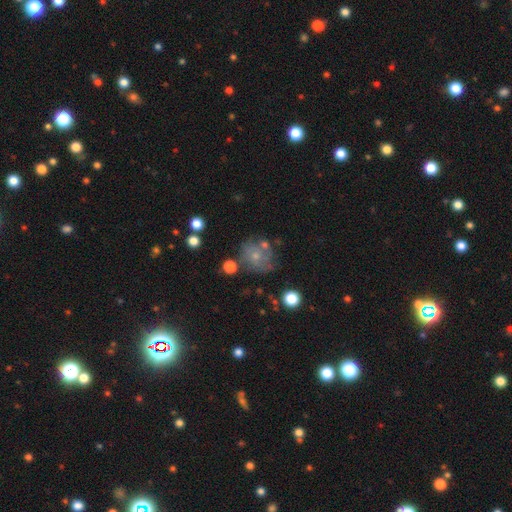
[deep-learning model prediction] smooth-or-featured: smooth: 54% | featured or disk: 33% | star or artifact: 13%
  how-rounded: round: 81% | in between: 18% | cigar-shaped: 1%
  merging: none: 56% | minor disturbance: 22% | merger: 11% | major disturbance: 11%